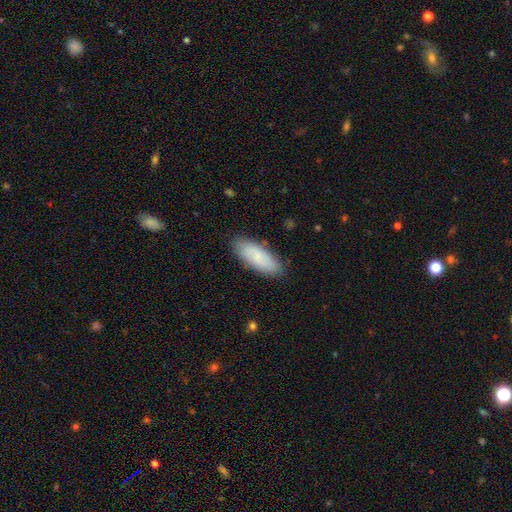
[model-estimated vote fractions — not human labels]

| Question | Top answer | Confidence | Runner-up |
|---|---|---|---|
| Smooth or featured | smooth | 78% | featured or disk (16%) |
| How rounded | in between | 70% | cigar-shaped (28%) |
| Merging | none | 85% | minor disturbance (11%) |